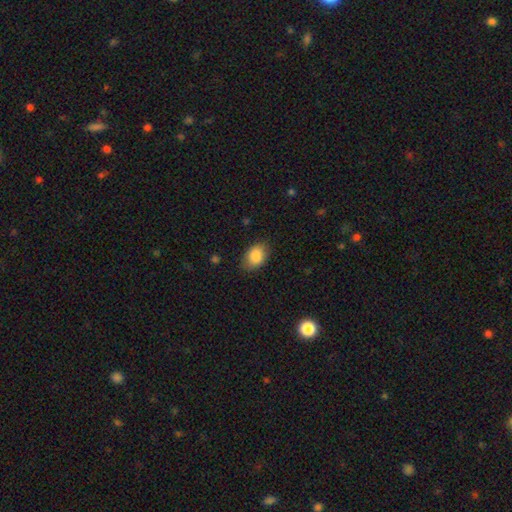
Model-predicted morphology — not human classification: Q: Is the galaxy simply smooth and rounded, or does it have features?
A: smooth — 86%.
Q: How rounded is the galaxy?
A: in between — 80%.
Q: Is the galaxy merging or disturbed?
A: none — 80%.